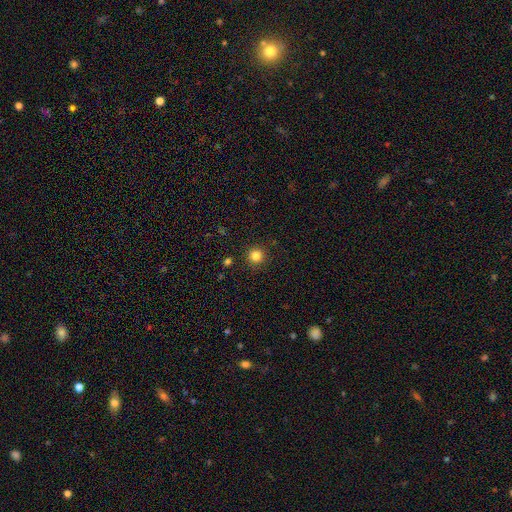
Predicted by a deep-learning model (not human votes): smooth-or-featured: smooth: 83% | star or artifact: 12% | featured or disk: 4%
  how-rounded: round: 95% | in between: 4% | cigar-shaped: 1%
  merging: none: 91% | minor disturbance: 5% | major disturbance: 2% | merger: 1%